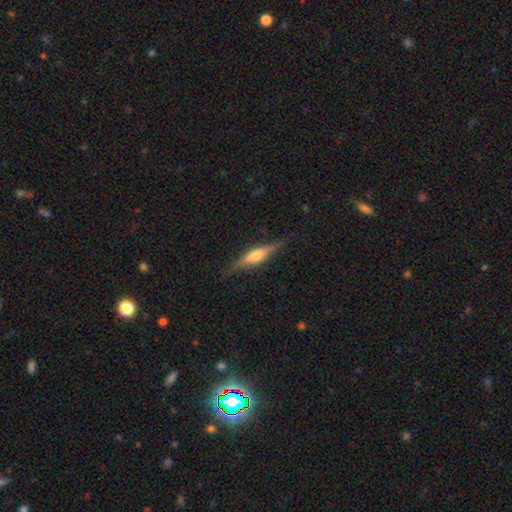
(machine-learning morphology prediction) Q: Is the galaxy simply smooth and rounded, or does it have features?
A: featured or disk — 66%.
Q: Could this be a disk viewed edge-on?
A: yes — 96%.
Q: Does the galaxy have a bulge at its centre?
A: rounded — 80%.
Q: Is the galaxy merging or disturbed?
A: none — 85%.